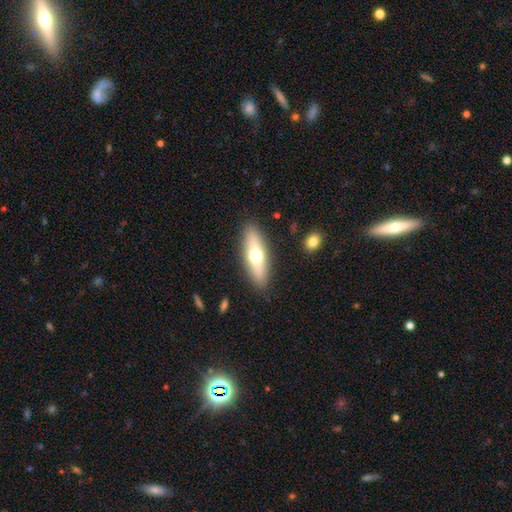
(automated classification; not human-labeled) Overall: smooth (57%; featured or disk 36%). How rounded: in between (49%; cigar-shaped 48%). Merging: none (88%).